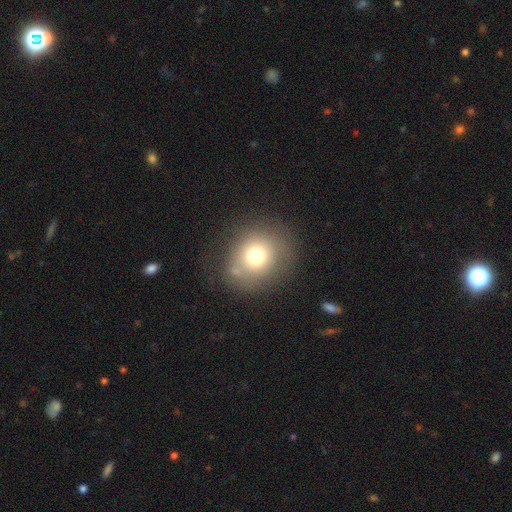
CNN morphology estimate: type=smooth (71%); roundness=round (78%); merging=none (72%).